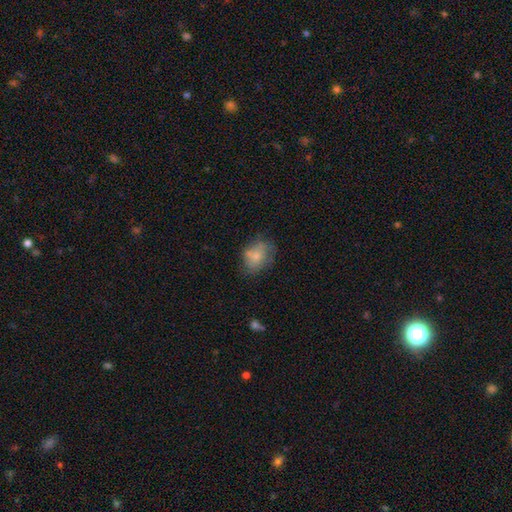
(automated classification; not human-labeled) The model was most divided on "how rounded": in between: 60%, round: 38%, cigar-shaped: 1%. More confident: smooth or featured — smooth (71%); merging — none (52%).